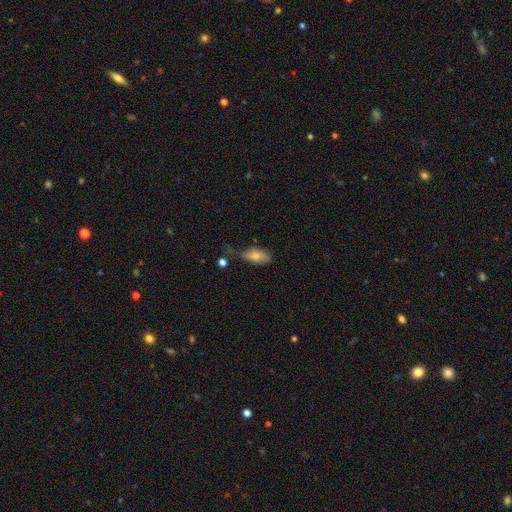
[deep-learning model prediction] The model was most divided on "merging": none: 56%, minor disturbance: 29%, major disturbance: 9%, merger: 6%. More confident: how rounded — in between (89%); smooth or featured — smooth (78%).